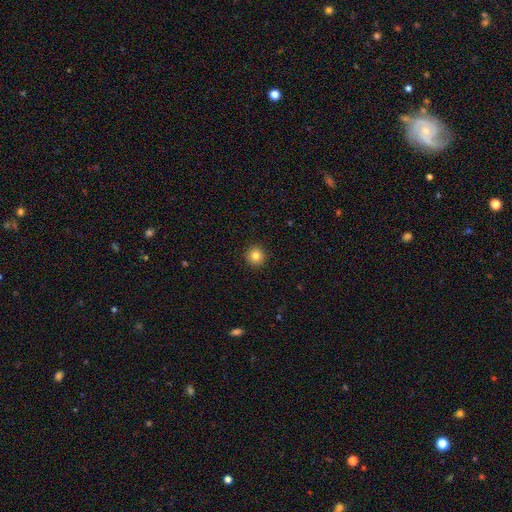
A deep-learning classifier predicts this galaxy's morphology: Overall: smooth (82%). How rounded: round (95%). Merging: none (93%).